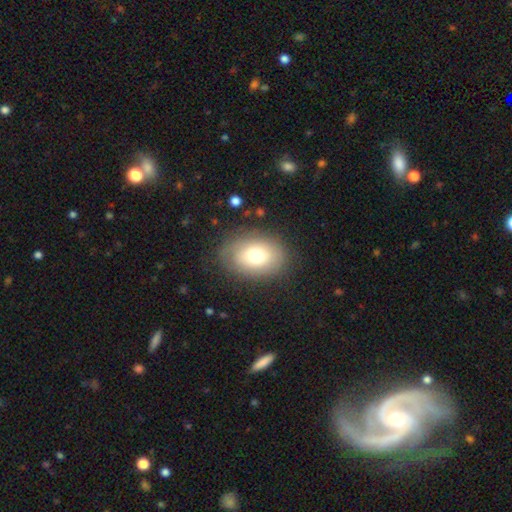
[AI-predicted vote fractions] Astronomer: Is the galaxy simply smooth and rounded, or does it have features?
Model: smooth — 72%.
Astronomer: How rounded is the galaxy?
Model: in between — 69%.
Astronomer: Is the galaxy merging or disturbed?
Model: none — 80%.